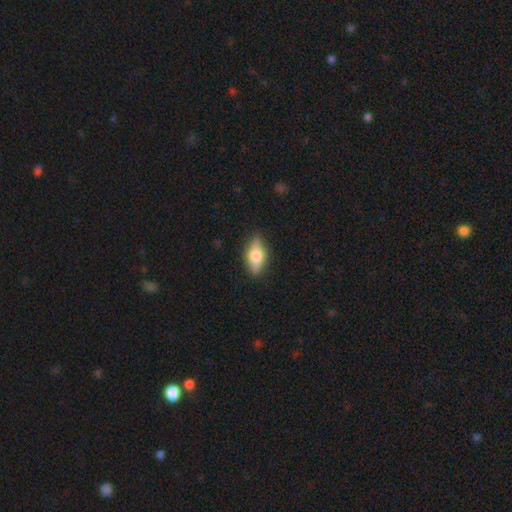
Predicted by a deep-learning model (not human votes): A smooth galaxy with no disk features (62%) that is in between round and cigar-shaped (79%). Merging: none (84%).